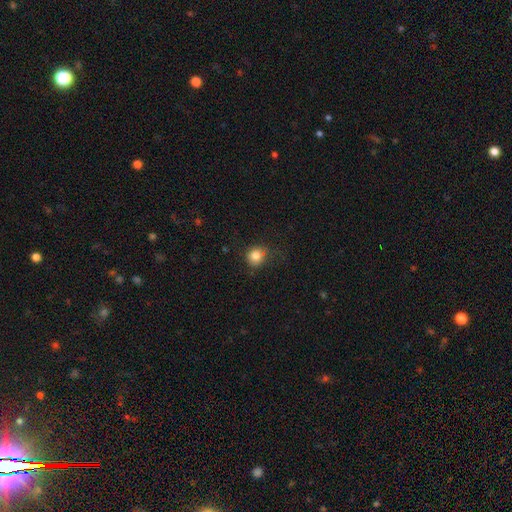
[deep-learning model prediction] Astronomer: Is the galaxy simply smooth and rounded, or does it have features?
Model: smooth — 82%.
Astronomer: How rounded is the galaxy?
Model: round — 84%.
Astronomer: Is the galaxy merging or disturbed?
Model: none — 67%.